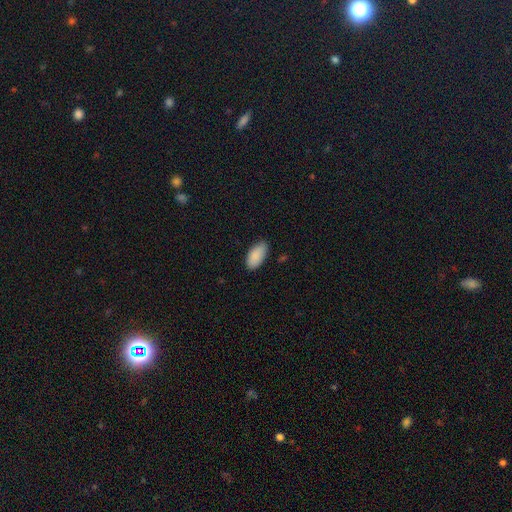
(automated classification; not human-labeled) A smooth galaxy with no disk features (90%) that is in between round and cigar-shaped (94%).

Vote fractions:
- Smooth or featured? smooth: 90% / star or artifact: 6% / featured or disk: 4%
- How rounded? in between: 94% / cigar-shaped: 4% / round: 2%
- Merging? none: 82% / minor disturbance: 14% / major disturbance: 2% / merger: 1%